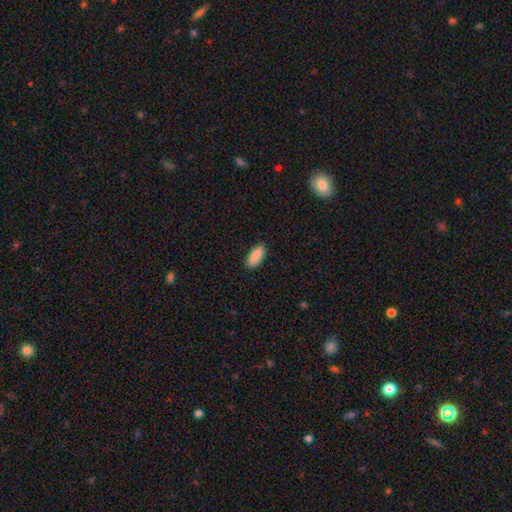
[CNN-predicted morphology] A smooth galaxy with no disk features (90%) that is in between round and cigar-shaped (87%). Merging: none (89%).